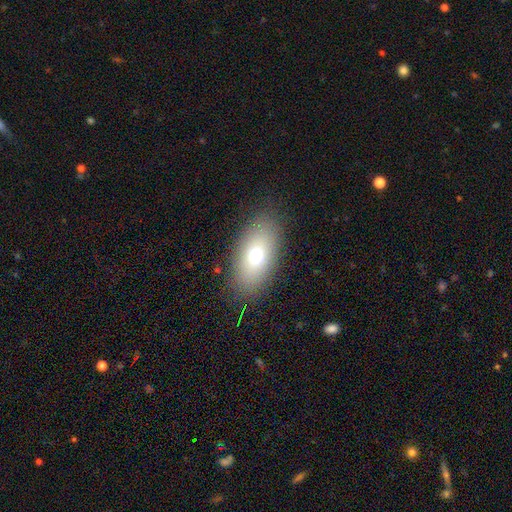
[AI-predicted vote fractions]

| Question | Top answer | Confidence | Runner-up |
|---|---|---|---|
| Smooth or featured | smooth | 71% | featured or disk (19%) |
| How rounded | in between | 89% | round (7%) |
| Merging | none | 85% | minor disturbance (10%) |